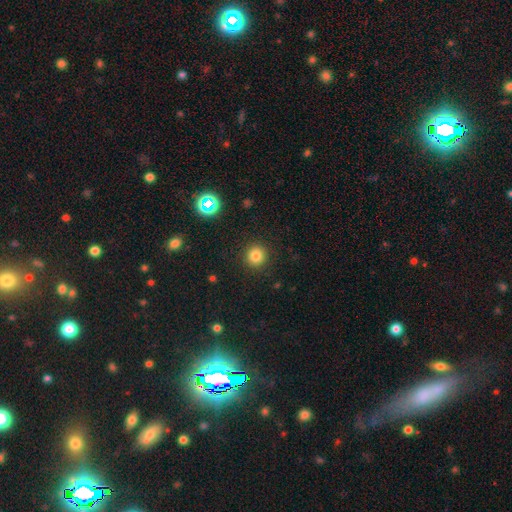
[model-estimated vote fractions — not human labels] Smooth or featured? smooth (81%)
How rounded? round (93%)
Merging? none (91%)